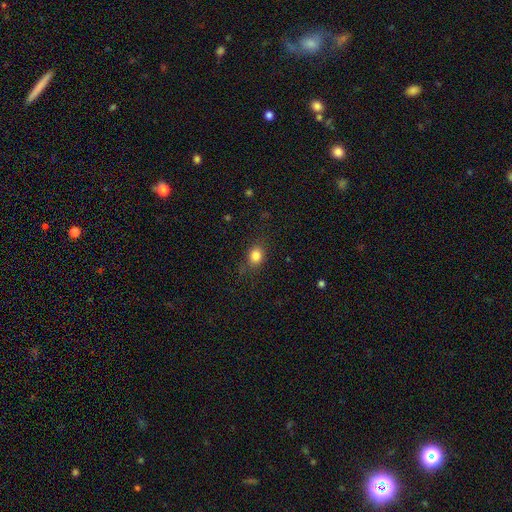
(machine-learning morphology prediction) Overall: smooth (83%). How rounded: round (53%; in between 45%). Merging: none (79%).